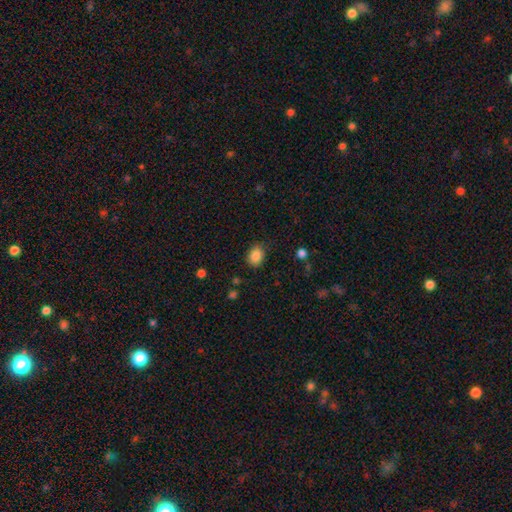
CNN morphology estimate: smooth_or_featured: smooth (p=0.87) [alt: star or artifact p=0.09]
how_rounded: in between (p=0.55) [alt: round p=0.44]
merging: none (p=0.81) [alt: minor disturbance p=0.14]